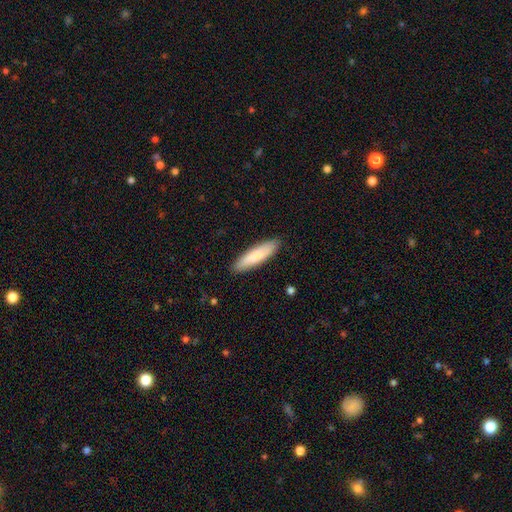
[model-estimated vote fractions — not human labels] smooth-or-featured: smooth: 84% | featured or disk: 11% | star or artifact: 5%
  how-rounded: cigar-shaped: 71% | in between: 28% | round: 1%
  merging: none: 89% | minor disturbance: 8% | major disturbance: 2% | merger: 1%